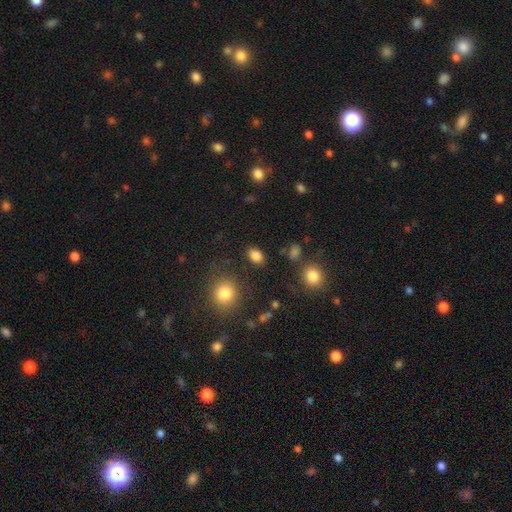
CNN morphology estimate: Smooth or featured?
  - smooth: 84% *
  - star or artifact: 11%
  - featured or disk: 5%
How rounded?
  - in between: 79% *
  - round: 19%
  - cigar-shaped: 2%
Merging?
  - none: 84% *
  - minor disturbance: 10%
  - major disturbance: 3%
  - merger: 3%